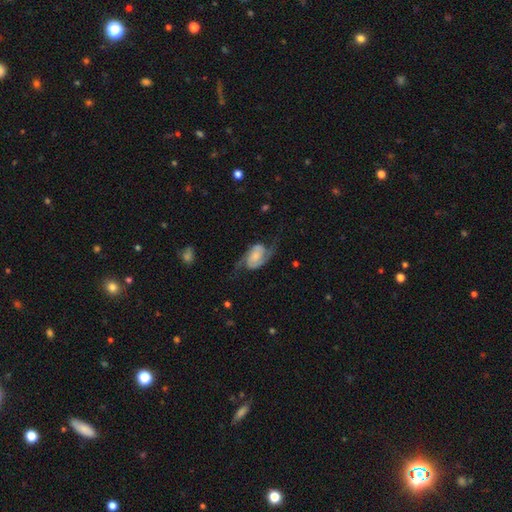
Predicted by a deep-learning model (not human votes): smooth-or-featured: featured or disk: 79% | smooth: 14% | star or artifact: 6%
  disk-edge-on: no: 97% | yes: 3%
    bar: no: 56% | weak: 32% | strong: 12%
    has-spiral-arms: yes: 95% | no: 5%
      spiral-winding: loose: 49% | medium: 38% | tight: 13%
      spiral-arm-count: 2: 92% | can't tell: 3% | 1: 2% | 3: 1% | 4: 1% | more than 4: 1%
    bulge-size: small: 37% | none: 26% | moderate: 20% | large: 12% | dominant: 6%
  merging: none: 59% | minor disturbance: 20% | major disturbance: 19% | merger: 2%